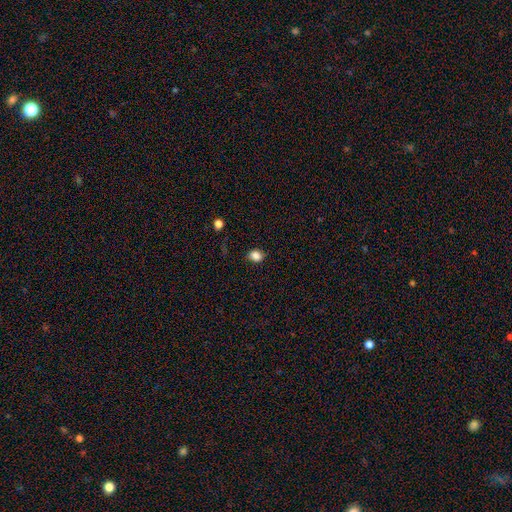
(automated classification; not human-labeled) Q: Smooth or featured?
A: smooth (85%); runner-up: star or artifact (11%)
Q: How rounded?
A: round (58%); runner-up: in between (41%)
Q: Merging?
A: none (86%); runner-up: minor disturbance (10%)